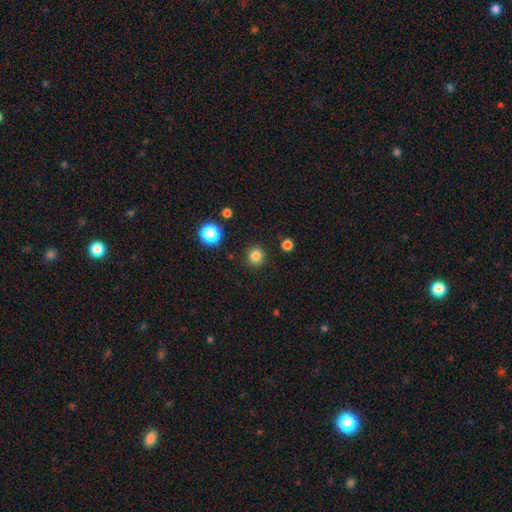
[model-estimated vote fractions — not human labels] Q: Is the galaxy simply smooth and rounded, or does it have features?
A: smooth — 83%.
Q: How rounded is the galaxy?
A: round — 95%.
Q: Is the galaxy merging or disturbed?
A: none — 91%.